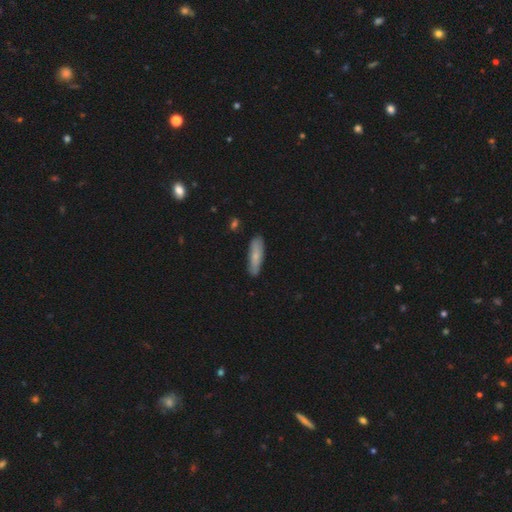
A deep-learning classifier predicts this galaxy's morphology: Smooth or featured?
  - smooth: 72% *
  - featured or disk: 22%
  - star or artifact: 6%
How rounded?
  - cigar-shaped: 63% *
  - in between: 35%
  - round: 2%
Merging?
  - none: 84% *
  - minor disturbance: 12%
  - major disturbance: 2%
  - merger: 1%